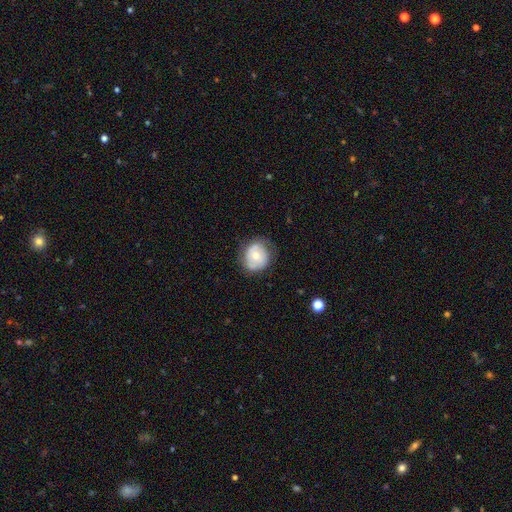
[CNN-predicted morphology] smooth 57%, featured or disk 35%, star or artifact 7%. Down the decision tree: how rounded — round (71%); merging — none (67%).